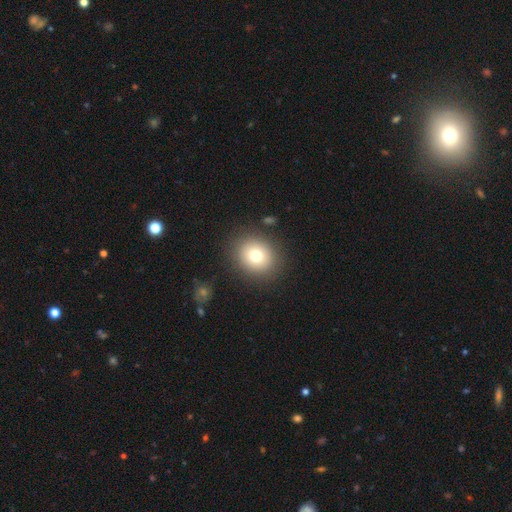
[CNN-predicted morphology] smooth-or-featured: smooth: 76% | featured or disk: 12% | star or artifact: 12%
  how-rounded: round: 75% | in between: 24% | cigar-shaped: 1%
  merging: none: 86% | minor disturbance: 8% | major disturbance: 4% | merger: 2%